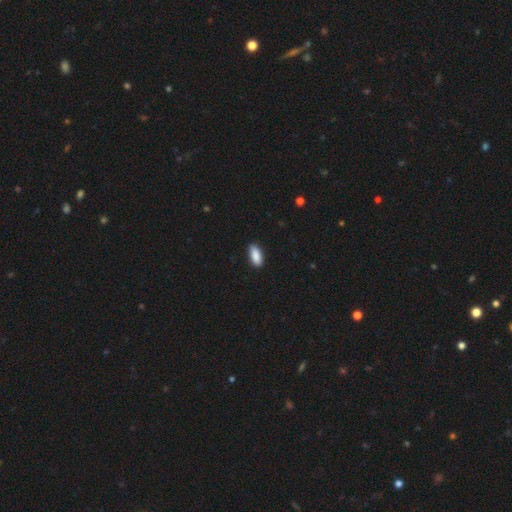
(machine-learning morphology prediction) type=smooth (89%); roundness=in between (85%); merging=none (86%).